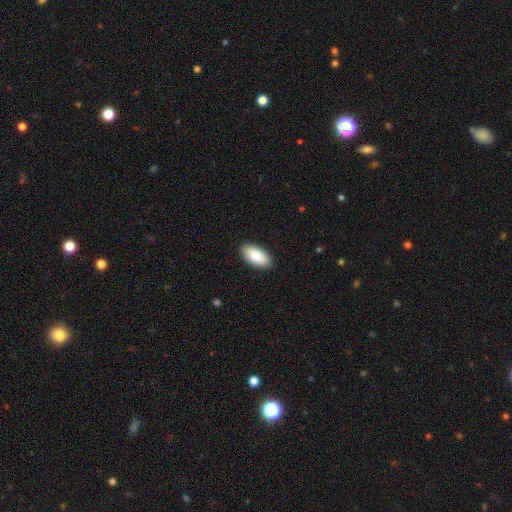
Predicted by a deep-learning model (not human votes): smooth 83%, featured or disk 11%, star or artifact 6%. Down the decision tree: how rounded — in between (93%); merging — none (89%).